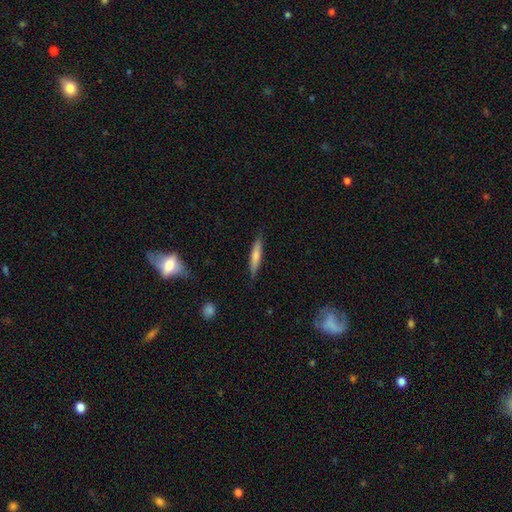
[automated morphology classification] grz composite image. It shows a smooth galaxy with no disk features (73%) that is cigar-shaped (88%). Merging: none (86%).